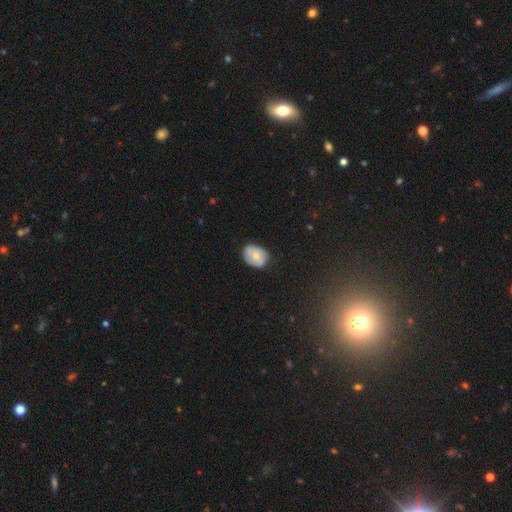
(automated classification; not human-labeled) A smooth galaxy with no disk features (66%) that is in between round and cigar-shaped (64%). Merging: none (68%).